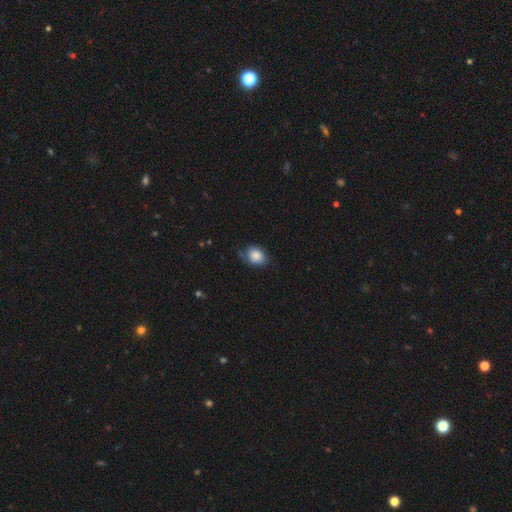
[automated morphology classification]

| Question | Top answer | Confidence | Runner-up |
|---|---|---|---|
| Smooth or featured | smooth | 84% | featured or disk (8%) |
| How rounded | in between | 59% | round (40%) |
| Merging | none | 65% | minor disturbance (27%) |